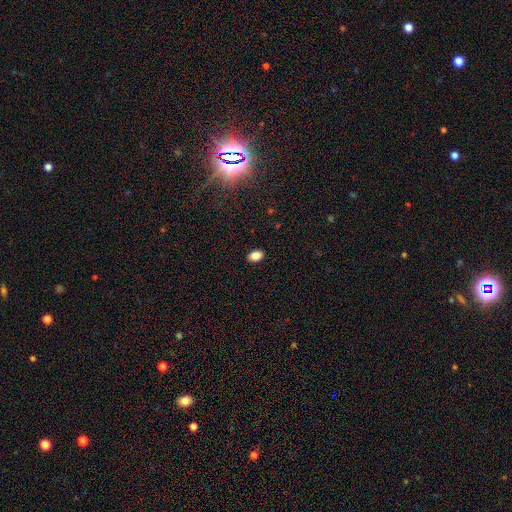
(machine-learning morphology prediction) Overall: smooth (85%). How rounded: in between (86%). Merging: none (89%).